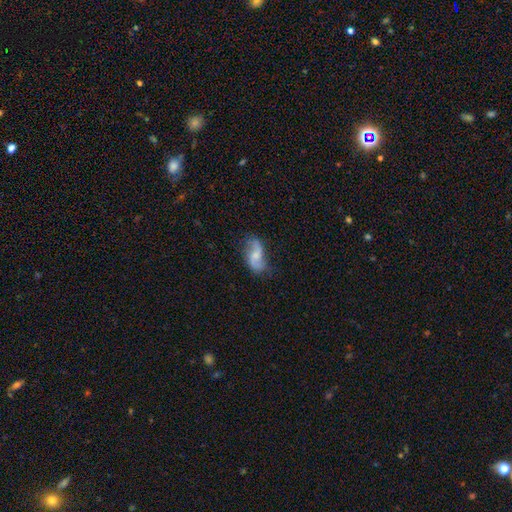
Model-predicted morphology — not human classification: A featured or disk galaxy (65%) with no bar (49%), 2 (90%) loose (75%) spiral arms (92%) and a small central bulge (39%).

Vote fractions:
- Smooth or featured? featured or disk: 65% / smooth: 28% / star or artifact: 7%
- Edge-on disk? no: 96% / yes: 4%
- Bar? no: 49% / weak: 41% / strong: 10%
- Spiral arms? yes: 92% / no: 8%
- Spiral winding? loose: 75% / medium: 19% / tight: 6%
- Spiral arm count? 2: 90% / can't tell: 4% / 1: 3% / 3: 1% / 4: 1% / more than 4: 1%
- Bulge size? small: 39% / moderate: 36% / none: 19% / large: 5% / dominant: 1%
- Merging? none: 65% / minor disturbance: 23% / major disturbance: 9% / merger: 2%